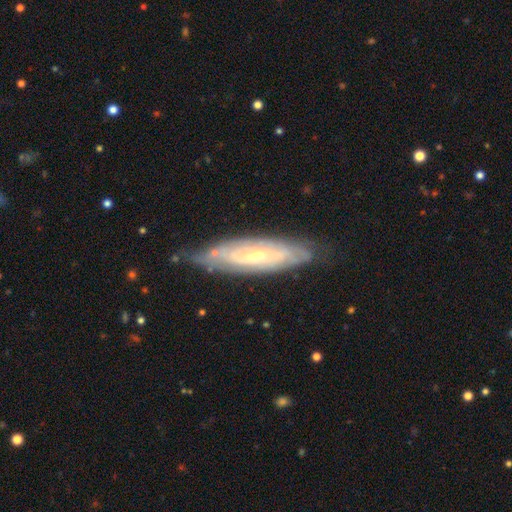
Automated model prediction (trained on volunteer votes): A featured or disk galaxy (73%) with no bar (54%), spiral arms (82%) and a small central bulge (59%).

Vote fractions:
- Smooth or featured? featured or disk: 73% / smooth: 21% / star or artifact: 6%
- Edge-on disk? no: 71% / yes: 29%
- Bar? no: 54% / weak: 36% / strong: 10%
- Spiral arms? yes: 82% / no: 18%
- Bulge size? small: 59% / moderate: 36% / none: 2% / large: 2% / dominant: 1%
- Merging? none: 70% / minor disturbance: 23% / major disturbance: 5% / merger: 2%